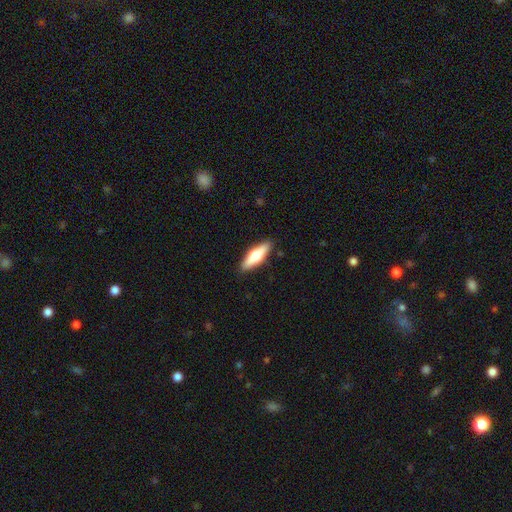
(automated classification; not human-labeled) smooth 53%, featured or disk 41%, star or artifact 6%. Down the decision tree: how rounded — cigar-shaped (55%); merging — none (89%).